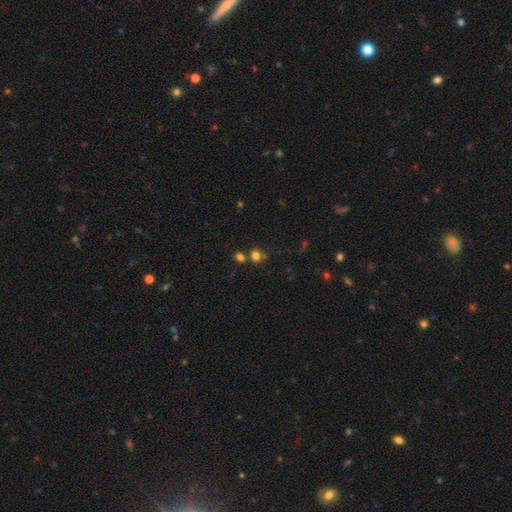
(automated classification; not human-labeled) The model was most divided on "merging": none: 58%, merger: 25%, minor disturbance: 12%, major disturbance: 5%. More confident: smooth or featured — smooth (74%); how rounded — round (66%).